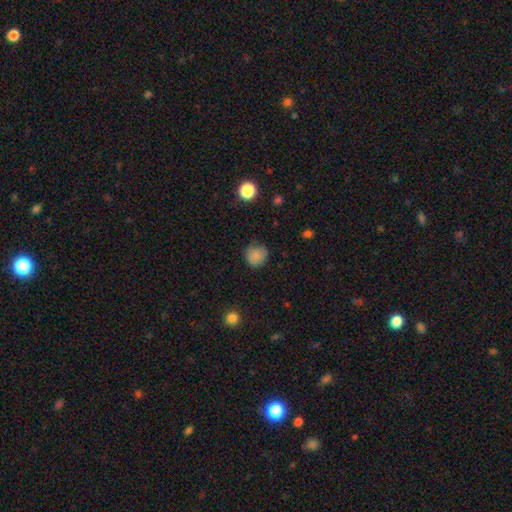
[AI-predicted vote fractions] This appears to be a smooth galaxy with no disk features (83%) that is round (90%). Merging: none (80%).